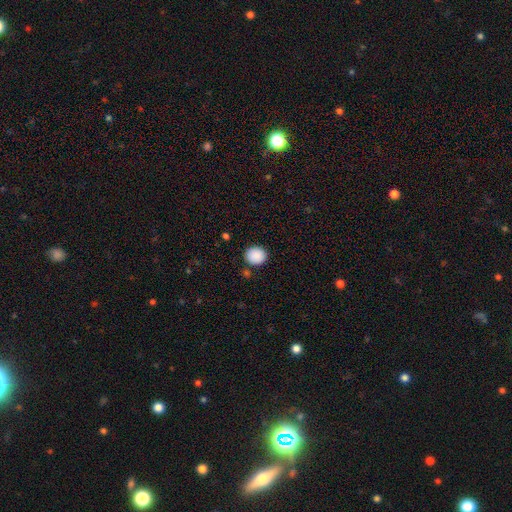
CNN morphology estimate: smooth 89%, star or artifact 8%, featured or disk 3%. Down the decision tree: how rounded — round (78%); merging — none (86%).